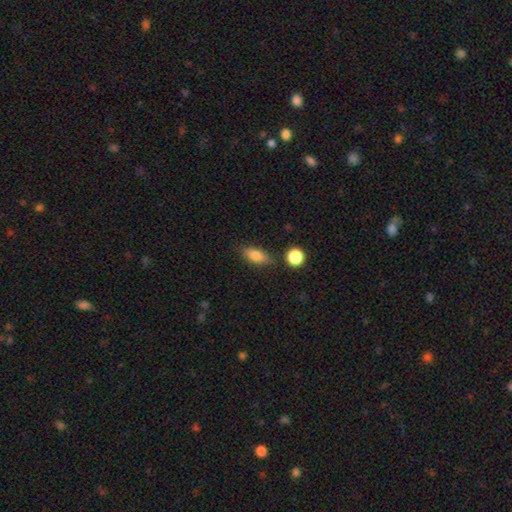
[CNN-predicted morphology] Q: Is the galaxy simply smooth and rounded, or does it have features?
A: smooth — 80%.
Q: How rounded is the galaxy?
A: in between — 80%.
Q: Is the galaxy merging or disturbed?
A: none — 80%.